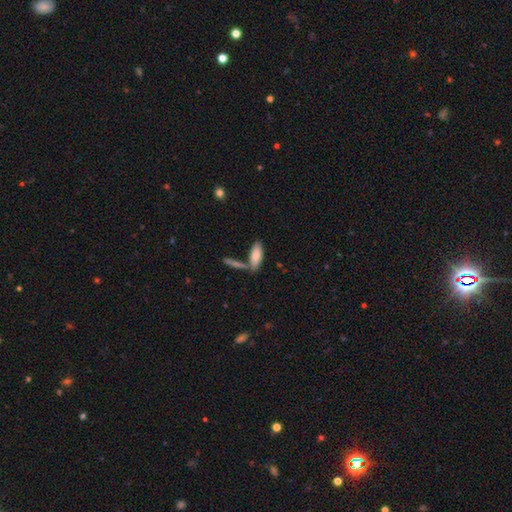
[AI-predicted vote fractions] Smooth or featured?
  - smooth: 82% *
  - featured or disk: 12%
  - star or artifact: 6%
How rounded?
  - in between: 70% *
  - cigar-shaped: 28%
  - round: 2%
Merging?
  - none: 59% *
  - merger: 24%
  - minor disturbance: 13%
  - major disturbance: 4%